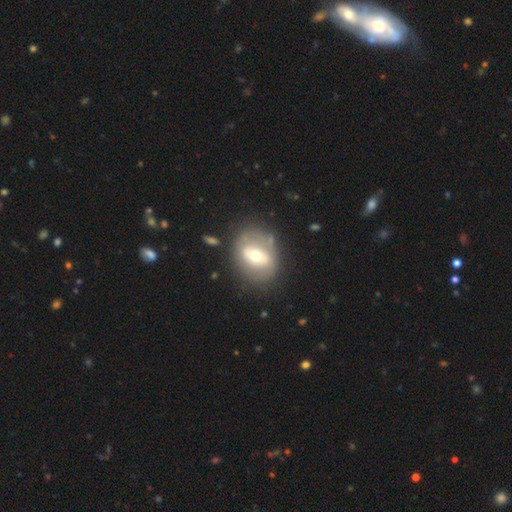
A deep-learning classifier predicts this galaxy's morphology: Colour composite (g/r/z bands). It shows a featured or disk galaxy (52%). Merging: none (69%).